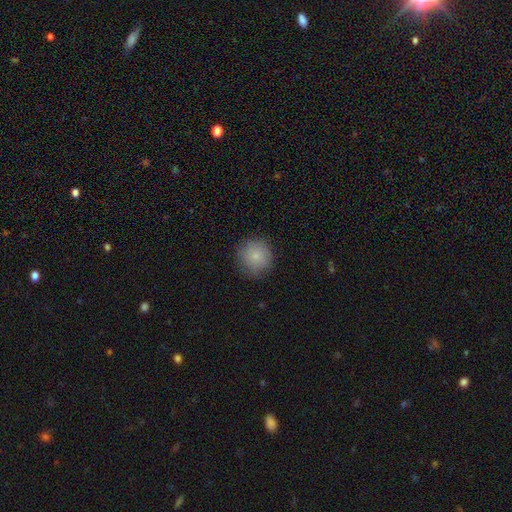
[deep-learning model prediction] smooth 83%, star or artifact 9%, featured or disk 9%. Down the decision tree: how rounded — round (94%); merging — none (85%).